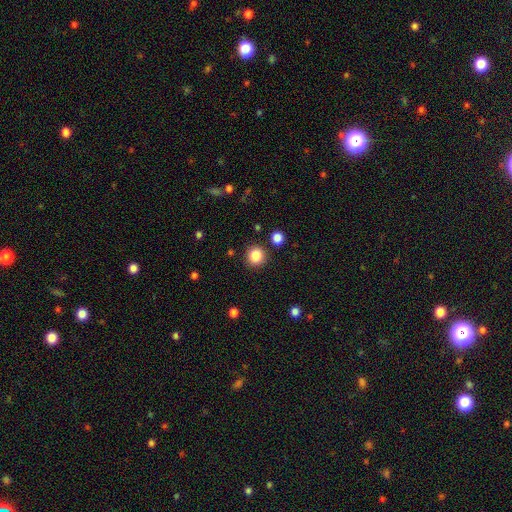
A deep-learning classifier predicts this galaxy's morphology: smooth 85%, star or artifact 11%, featured or disk 4%. Down the decision tree: how rounded — round (91%); merging — none (89%).